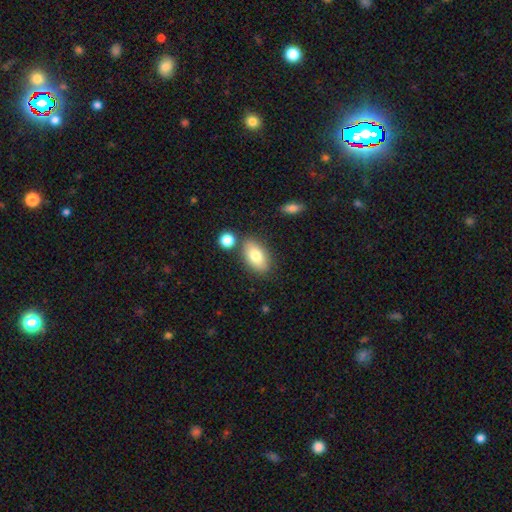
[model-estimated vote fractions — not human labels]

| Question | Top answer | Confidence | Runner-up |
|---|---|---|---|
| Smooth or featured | smooth | 77% | featured or disk (15%) |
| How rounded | in between | 91% | round (6%) |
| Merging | none | 76% | minor disturbance (12%) |